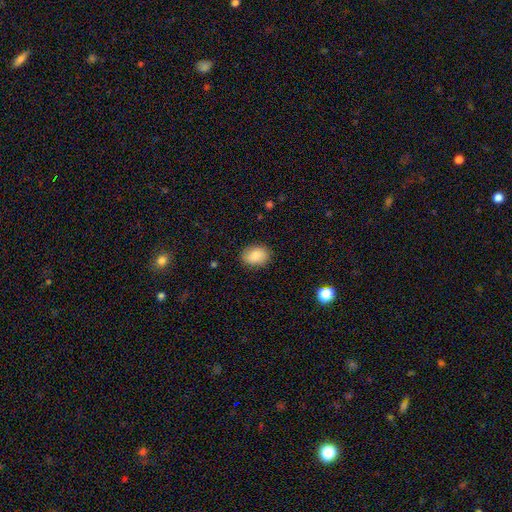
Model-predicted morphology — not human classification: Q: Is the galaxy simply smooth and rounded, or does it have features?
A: smooth — 86%.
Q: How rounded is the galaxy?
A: in between — 69%.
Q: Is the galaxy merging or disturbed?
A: none — 86%.